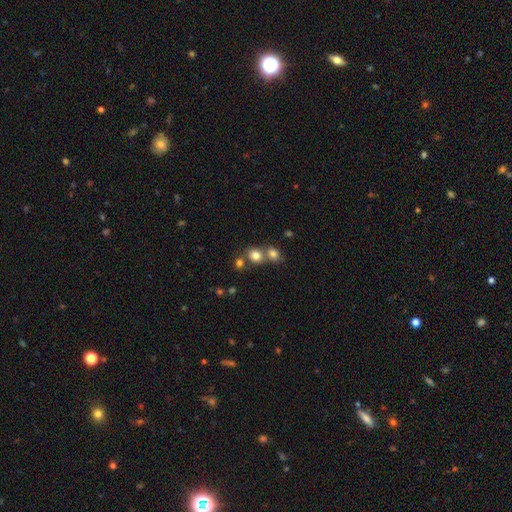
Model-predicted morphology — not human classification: Smooth or featured? Predicted: smooth (p=0.79). How rounded? Predicted: round (p=0.72). Merging? Predicted: none (p=0.47).